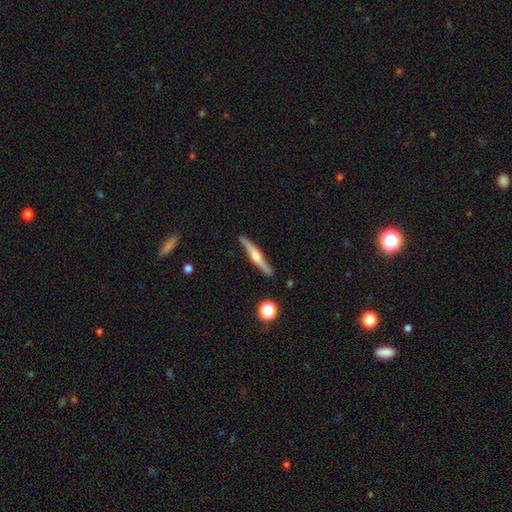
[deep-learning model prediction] Q: Smooth or featured?
A: featured or disk (69%); runner-up: smooth (26%)
Q: Edge-on disk?
A: yes (94%); runner-up: no (6%)
Q: Edge-on bulge?
A: rounded (83%); runner-up: boxy (10%)
Q: Merging?
A: none (86%); runner-up: minor disturbance (11%)